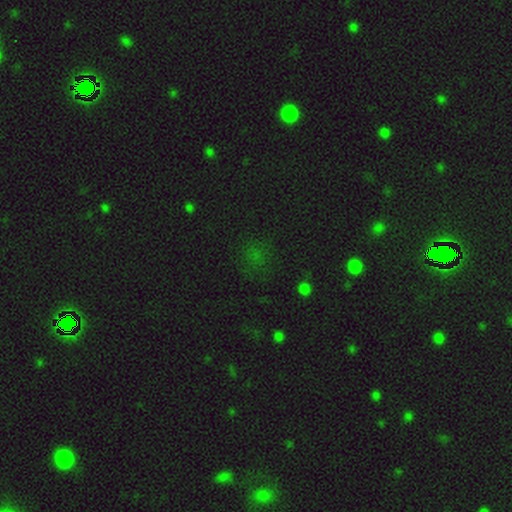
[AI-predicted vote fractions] Smooth or featured: star or artifact — 51% (smooth — 42%)